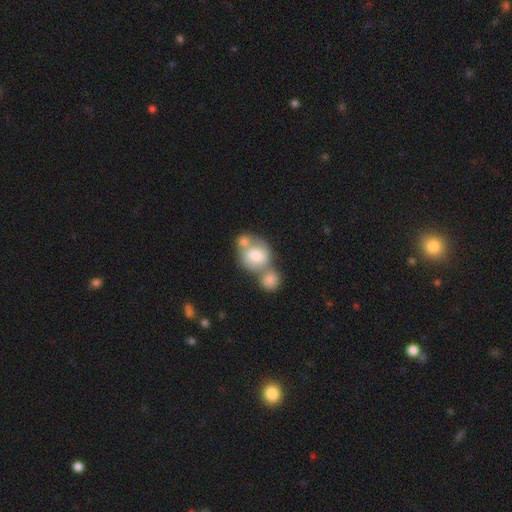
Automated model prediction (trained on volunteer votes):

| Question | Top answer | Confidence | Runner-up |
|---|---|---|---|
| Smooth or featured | smooth | 59% | featured or disk (34%) |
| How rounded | round | 58% | in between (41%) |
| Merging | merger | 65% | none (21%) |